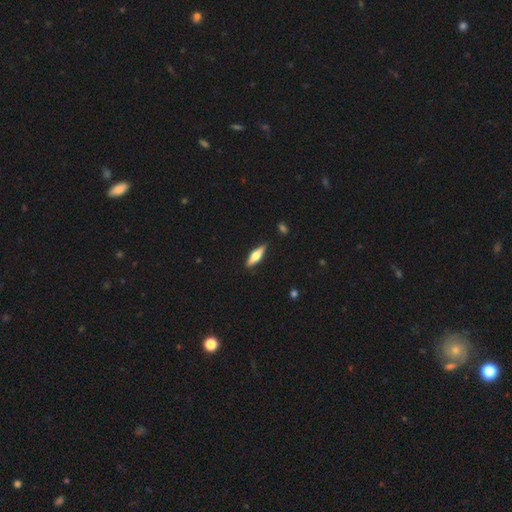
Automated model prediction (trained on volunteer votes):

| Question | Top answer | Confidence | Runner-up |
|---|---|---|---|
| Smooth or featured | featured or disk | 48% | smooth (46%) |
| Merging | none | 88% | minor disturbance (9%) |